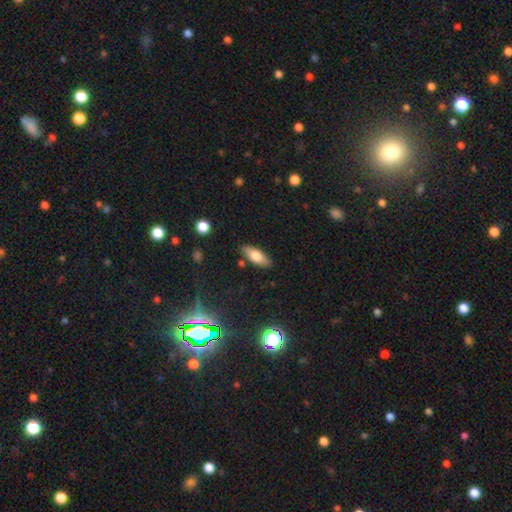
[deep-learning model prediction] Smooth or featured? Predicted: smooth (p=0.72). How rounded? Predicted: in between (p=0.75). Merging? Predicted: none (p=0.84).